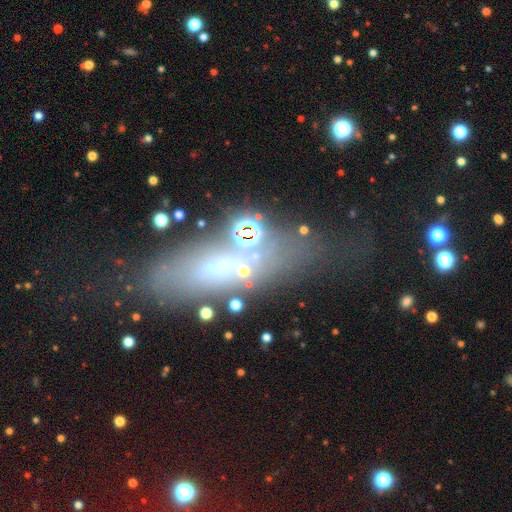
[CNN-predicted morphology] Smooth or featured? Predicted: star or artifact (p=0.43).